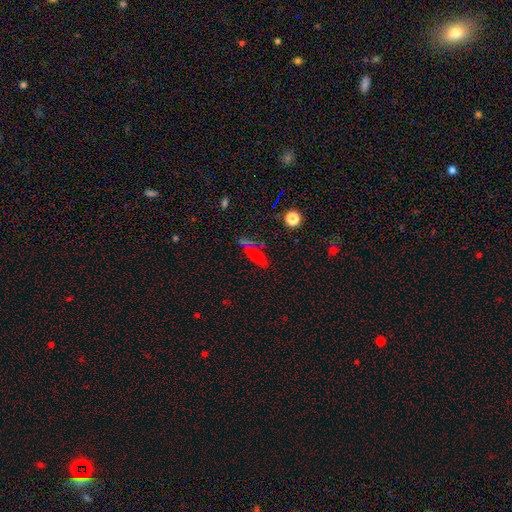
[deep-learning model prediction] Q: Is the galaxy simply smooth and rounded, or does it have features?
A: smooth — 58%.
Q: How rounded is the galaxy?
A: cigar-shaped — 58%.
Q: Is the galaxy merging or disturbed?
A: none — 66%.